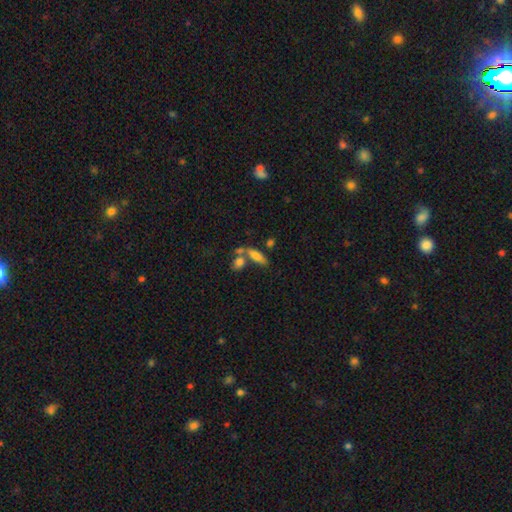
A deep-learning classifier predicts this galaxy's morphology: smooth-or-featured: smooth: 74% | featured or disk: 18% | star or artifact: 9%
  how-rounded: in between: 54% | cigar-shaped: 42% | round: 4%
  merging: none: 50% | merger: 33% | minor disturbance: 11% | major disturbance: 5%